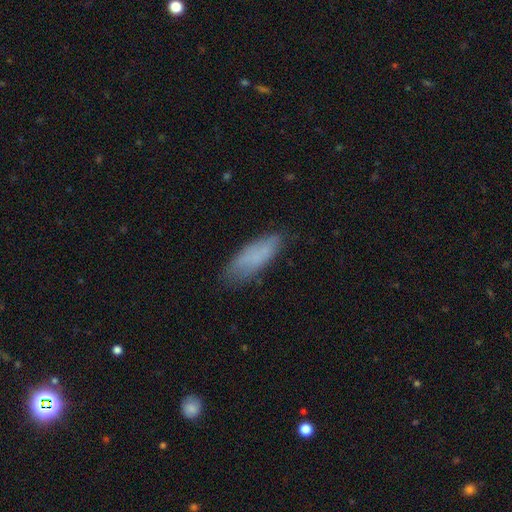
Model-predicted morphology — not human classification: Smooth or featured? smooth (74%)
How rounded? in between (54%)
Merging? none (75%)